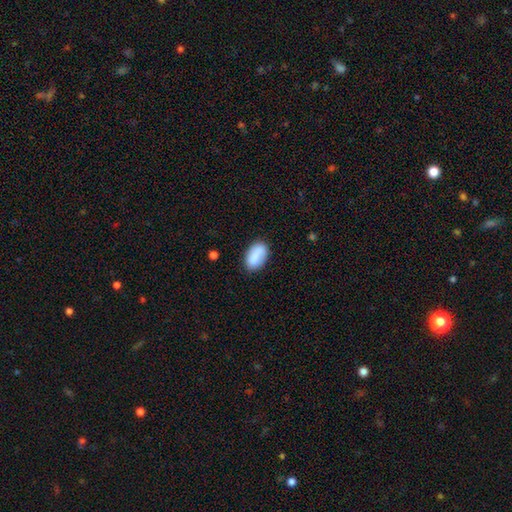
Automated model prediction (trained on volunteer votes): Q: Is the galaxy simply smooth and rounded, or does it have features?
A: smooth — 83%.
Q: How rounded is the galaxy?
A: in between — 92%.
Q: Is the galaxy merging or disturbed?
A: none — 75%.